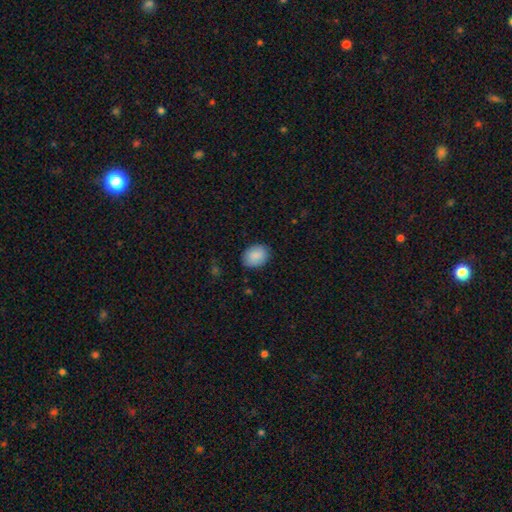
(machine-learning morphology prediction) Smooth or featured?
  - smooth: 88% *
  - star or artifact: 7%
  - featured or disk: 5%
How rounded?
  - in between: 60% *
  - round: 39%
  - cigar-shaped: 1%
Merging?
  - none: 85% *
  - minor disturbance: 12%
  - major disturbance: 3%
  - merger: 1%